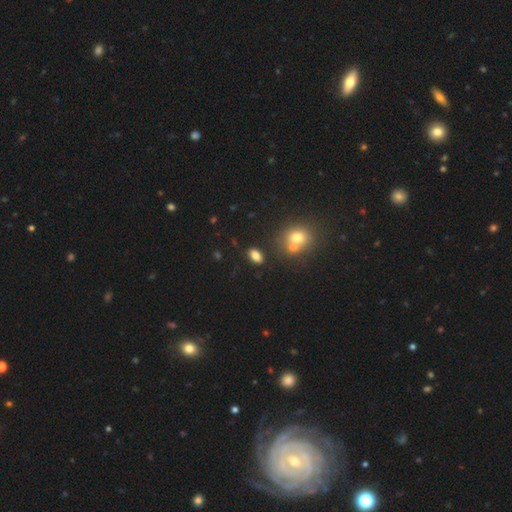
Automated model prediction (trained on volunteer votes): Smooth or featured? smooth (81%)
How rounded? in between (89%)
Merging? none (81%)